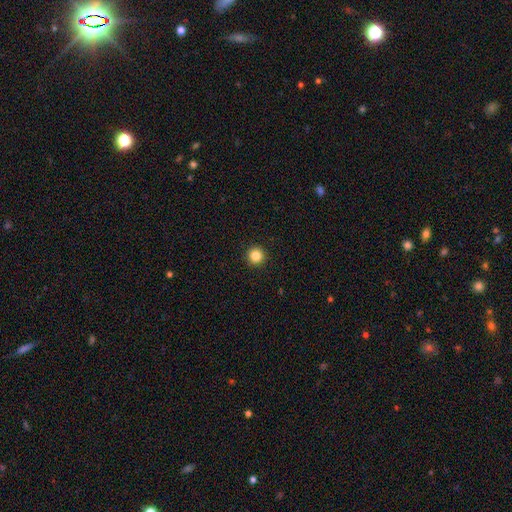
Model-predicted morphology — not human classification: type=smooth (85%); roundness=round (96%); merging=none (94%).